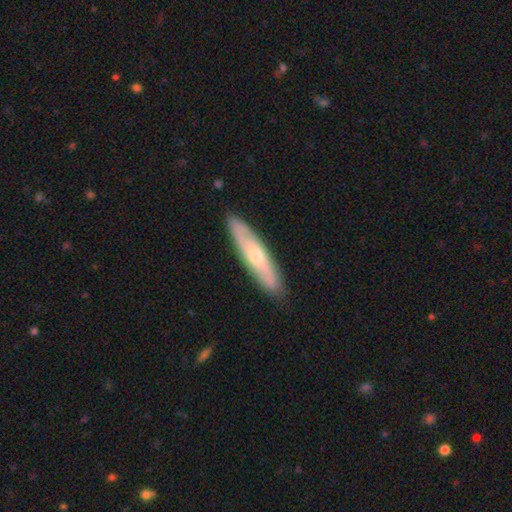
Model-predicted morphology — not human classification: featured or disk 54%, smooth 40%, star or artifact 5%. Down the decision tree: edge-on disk — no (51%); merging — none (87%).